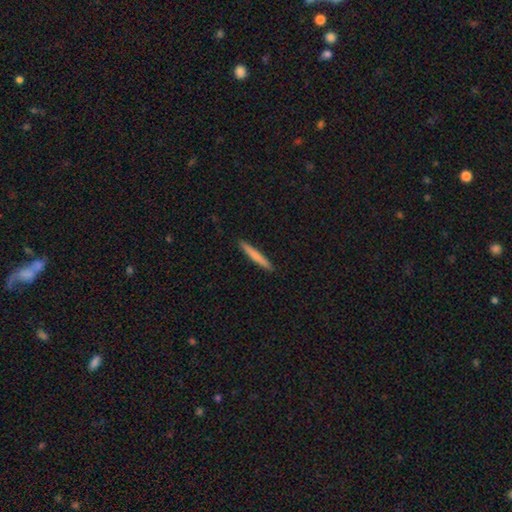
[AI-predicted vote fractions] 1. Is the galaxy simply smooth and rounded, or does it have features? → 74% smooth, 21% featured or disk, 5% star or artifact.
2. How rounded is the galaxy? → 96% cigar-shaped, 3% in between, 1% round.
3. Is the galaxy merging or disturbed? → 92% none, 6% minor disturbance, 1% major disturbance, 1% merger.